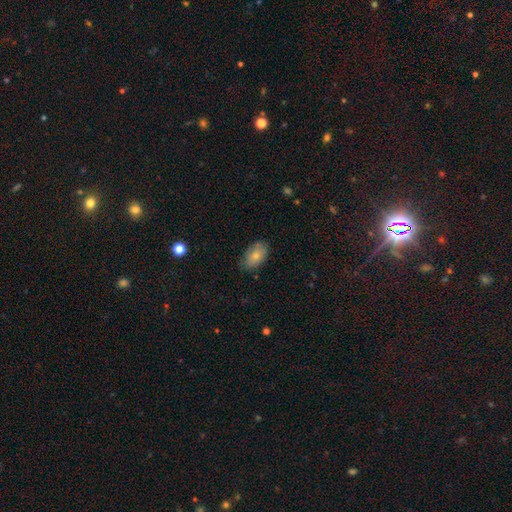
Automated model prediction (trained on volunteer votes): Smooth or featured?
  - smooth: 77% *
  - featured or disk: 16%
  - star or artifact: 7%
How rounded?
  - in between: 91% *
  - round: 8%
  - cigar-shaped: 2%
Merging?
  - none: 75% *
  - minor disturbance: 20%
  - major disturbance: 4%
  - merger: 1%